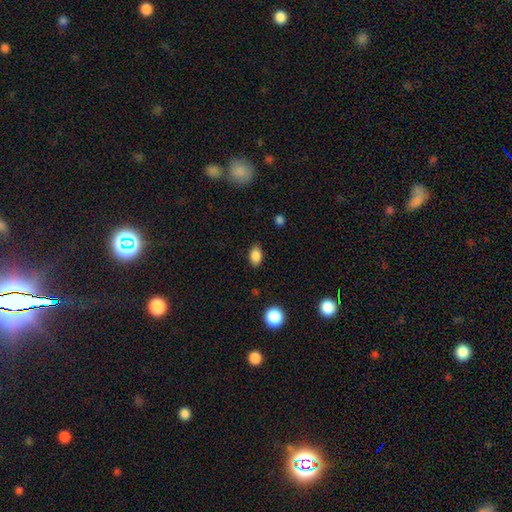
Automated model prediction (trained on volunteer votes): Morphology: type=smooth (86%); roundness=in between (84%); merging=none (82%).